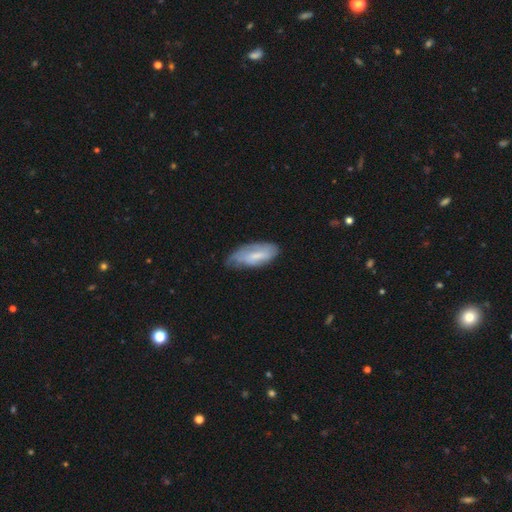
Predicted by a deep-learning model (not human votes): Morphology: type=smooth (54%); roundness=in between (79%); merging=none (44%).